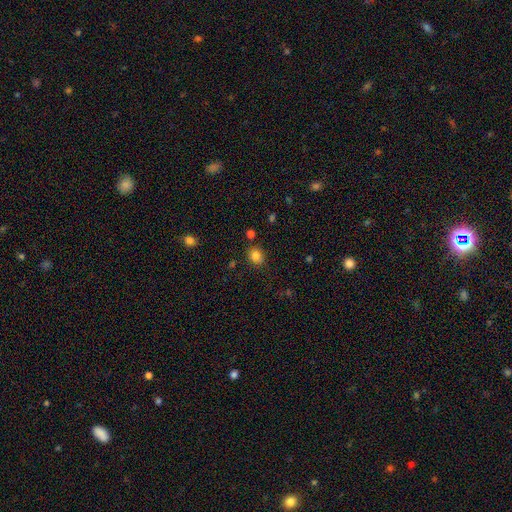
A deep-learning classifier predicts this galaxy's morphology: smooth 83%, star or artifact 12%, featured or disk 6%. Down the decision tree: how rounded — round (65%); merging — none (82%).